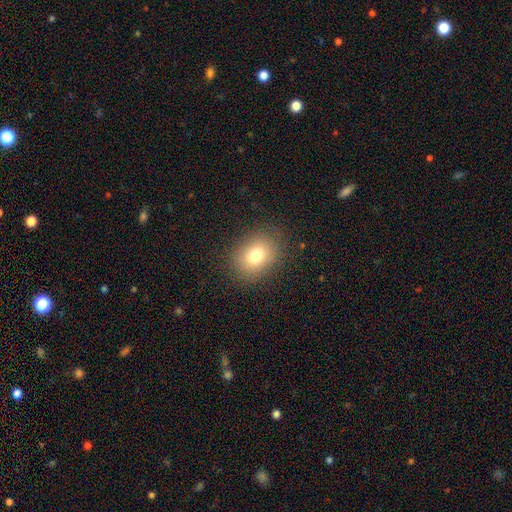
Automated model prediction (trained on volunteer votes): smooth 76%, star or artifact 12%, featured or disk 11%. Down the decision tree: how rounded — in between (54%); merging — none (84%).